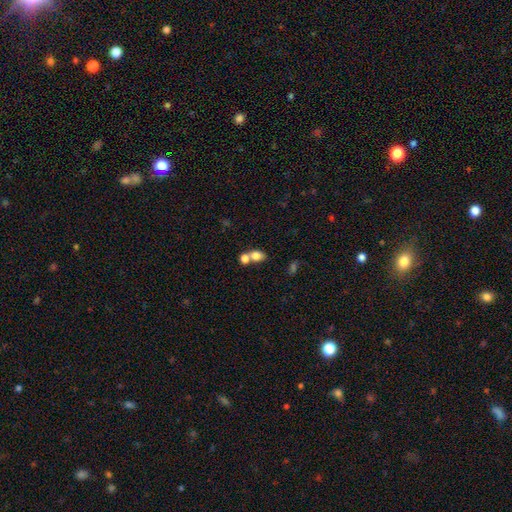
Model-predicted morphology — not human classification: smooth_or_featured: smooth (p=0.77) [alt: featured or disk p=0.12]
how_rounded: in between (p=0.66) [alt: round p=0.32]
merging: merger (p=0.50) [alt: none p=0.37]